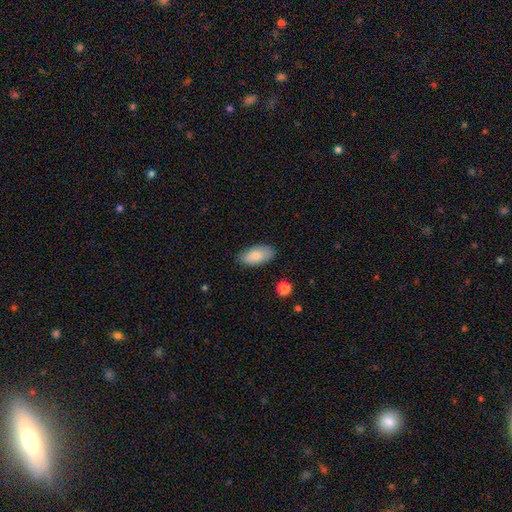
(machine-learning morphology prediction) Overall: smooth (86%). How rounded: in between (94%). Merging: none (83%).